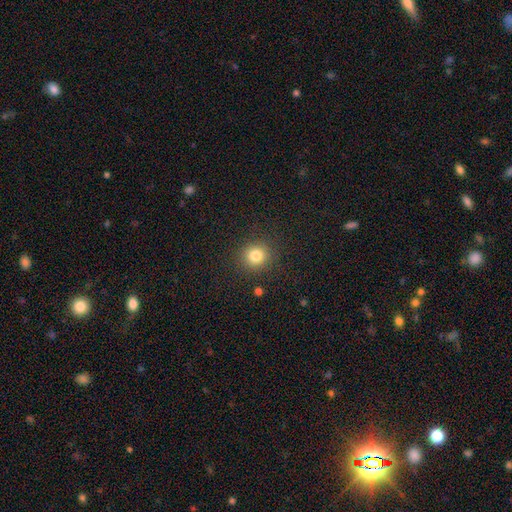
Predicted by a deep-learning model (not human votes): Morphology: type=smooth (81%); roundness=round (90%); merging=none (89%).